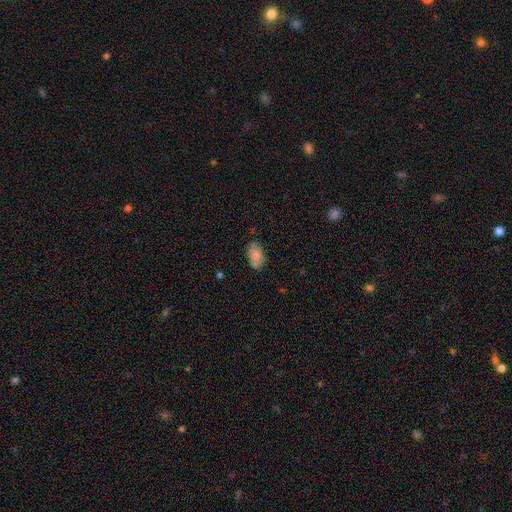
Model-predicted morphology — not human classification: smooth_or_featured: smooth (p=0.75) [alt: featured or disk p=0.17]
how_rounded: in between (p=0.93) [alt: round p=0.05]
merging: none (p=0.69) [alt: minor disturbance p=0.22]